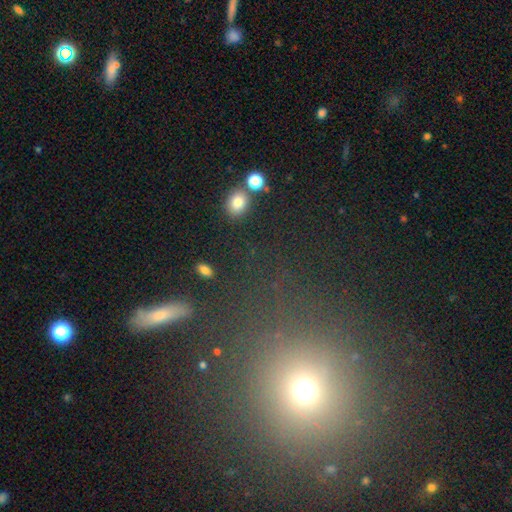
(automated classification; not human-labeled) A smooth galaxy with no disk features (43%). Merging: none (80%).